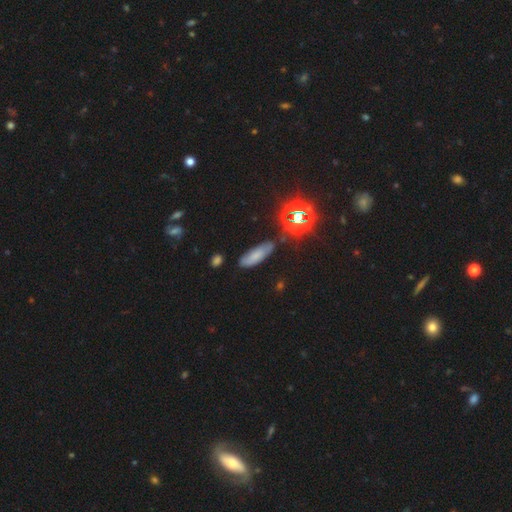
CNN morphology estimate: Smooth or featured: smooth — 65% (star or artifact — 18%)
How rounded: in between — 58% (cigar-shaped — 39%)
Merging: none — 74% (minor disturbance — 18%)